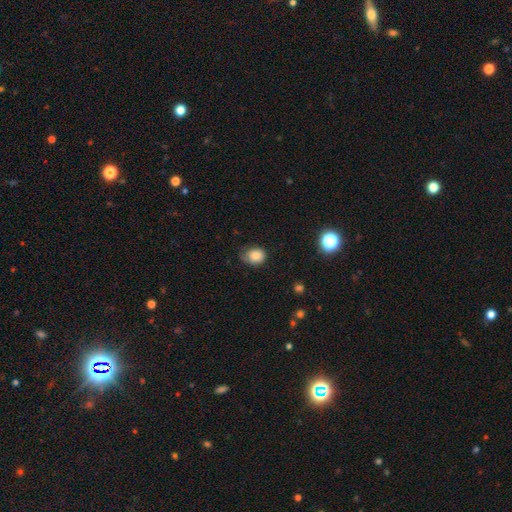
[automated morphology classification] The model was most divided on "merging": none: 53%, minor disturbance: 36%, major disturbance: 10%, merger: 2%. More confident: smooth or featured — smooth (83%); how rounded — round (62%).